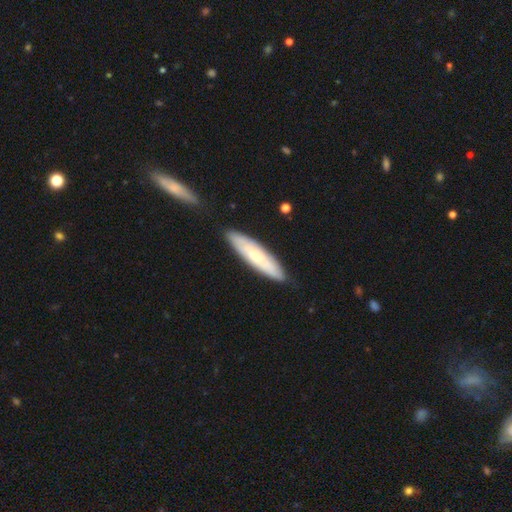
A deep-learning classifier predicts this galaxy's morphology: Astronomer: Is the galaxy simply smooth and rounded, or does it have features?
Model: smooth — 57% (runner-up: featured or disk, 37%).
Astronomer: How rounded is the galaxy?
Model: cigar-shaped — 73%.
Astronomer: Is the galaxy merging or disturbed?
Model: none — 84%.